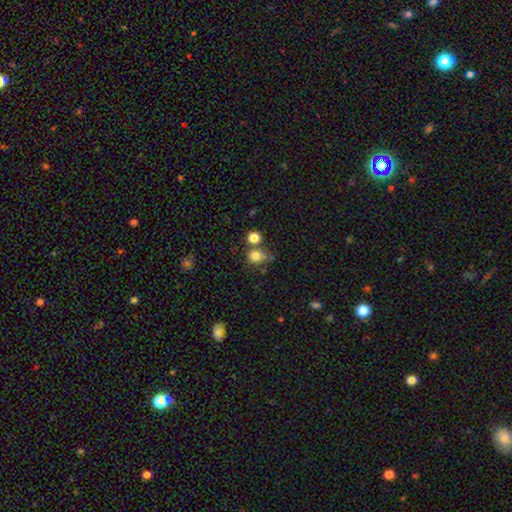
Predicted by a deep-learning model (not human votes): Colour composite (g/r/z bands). It shows a smooth galaxy with no disk features (80%) that is round (79%). Merging: none (54%).